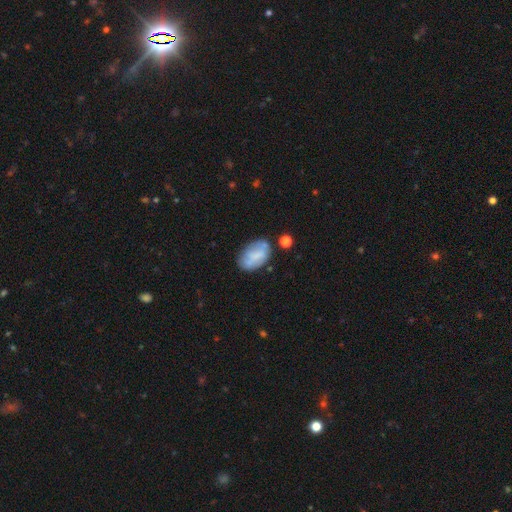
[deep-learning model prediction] Smooth or featured?
  - smooth: 59% *
  - featured or disk: 33%
  - star or artifact: 8%
How rounded?
  - in between: 91% *
  - round: 8%
  - cigar-shaped: 2%
Merging?
  - none: 59% *
  - minor disturbance: 24%
  - major disturbance: 9%
  - merger: 8%